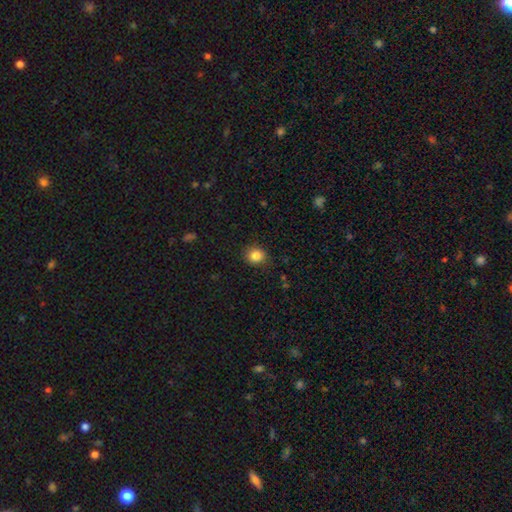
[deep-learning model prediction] Smooth or featured? Predicted: smooth (p=0.84). How rounded? Predicted: round (p=0.80). Merging? Predicted: none (p=0.88).